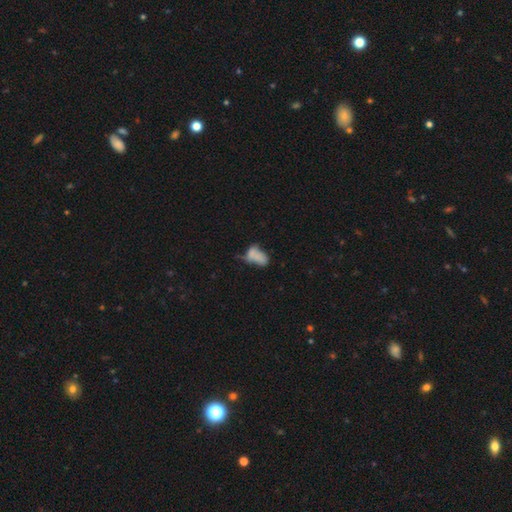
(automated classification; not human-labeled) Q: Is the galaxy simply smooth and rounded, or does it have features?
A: smooth — 67%.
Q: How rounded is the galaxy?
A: in between — 88%.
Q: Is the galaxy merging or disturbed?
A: none — 27%.